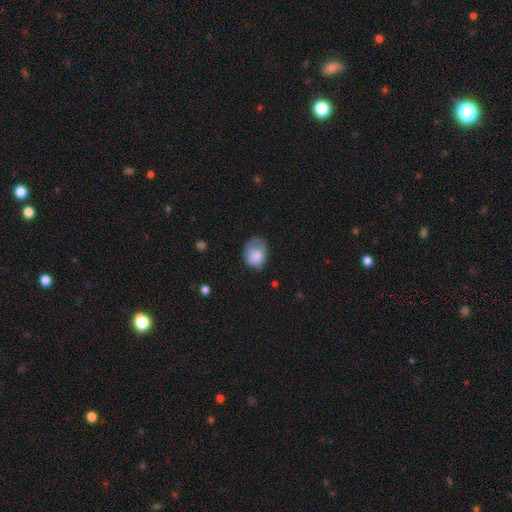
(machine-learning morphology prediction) Q: Smooth or featured?
A: smooth (75%); runner-up: featured or disk (17%)
Q: How rounded?
A: in between (62%); runner-up: round (37%)
Q: Merging?
A: none (44%); runner-up: minor disturbance (36%)